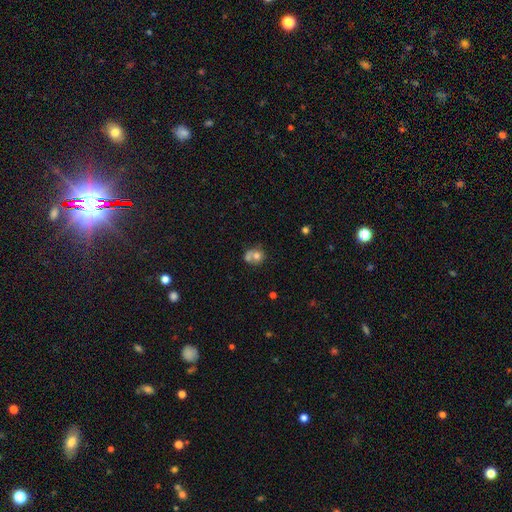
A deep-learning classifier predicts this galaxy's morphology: Overall: smooth (68%). How rounded: round (74%). Merging: merger (50%; none 32%).